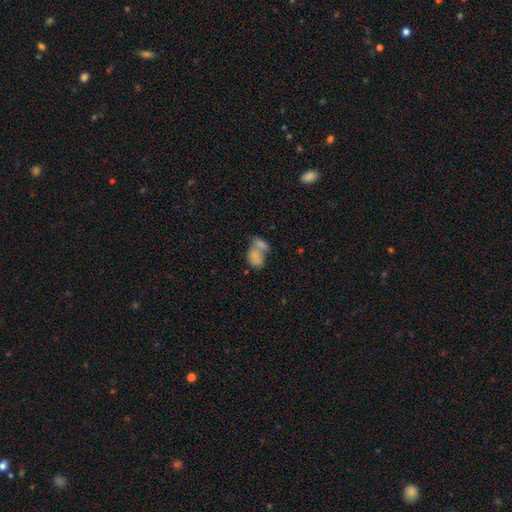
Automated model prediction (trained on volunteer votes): Smooth or featured? Predicted: smooth (p=0.76). How rounded? Predicted: in between (p=0.78). Merging? Predicted: merger (p=0.68).